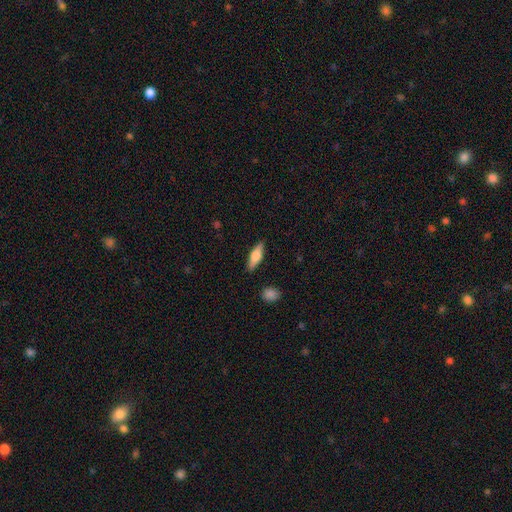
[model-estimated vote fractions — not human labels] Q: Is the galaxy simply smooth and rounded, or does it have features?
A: smooth — 59%.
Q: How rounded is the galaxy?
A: in between — 49%.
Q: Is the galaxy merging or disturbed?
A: none — 87%.